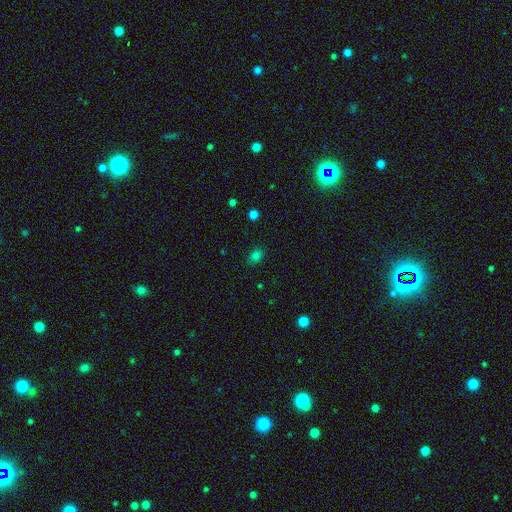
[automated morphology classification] A smooth galaxy with no disk features (78%) that is in between round and cigar-shaped (62%).

Vote fractions:
- Smooth or featured? smooth: 78% / star or artifact: 17% / featured or disk: 5%
- How rounded? in between: 62% / round: 37% / cigar-shaped: 1%
- Merging? none: 82% / minor disturbance: 13% / major disturbance: 3% / merger: 1%